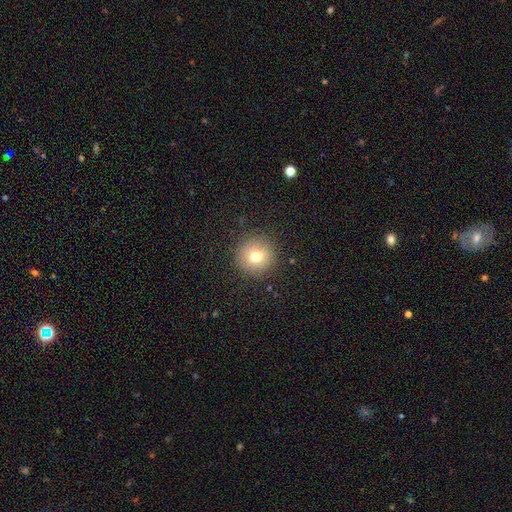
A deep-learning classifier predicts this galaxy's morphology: smooth-or-featured: smooth: 73% | featured or disk: 14% | star or artifact: 13%
  how-rounded: round: 95% | in between: 4% | cigar-shaped: 1%
  merging: none: 90% | minor disturbance: 6% | major disturbance: 3% | merger: 1%